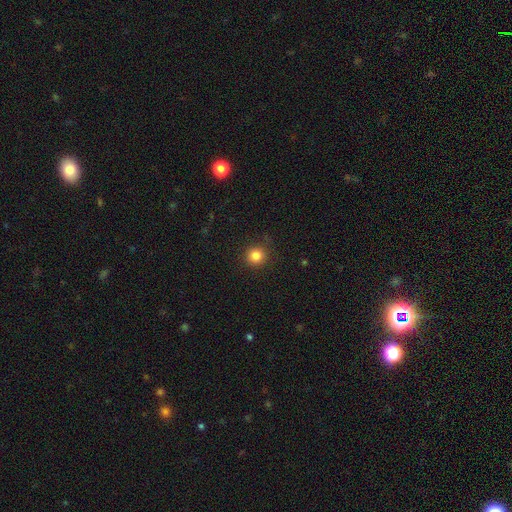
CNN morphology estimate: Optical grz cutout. It shows a smooth galaxy with no disk features (83%) that is round (93%). Merging: none (88%).